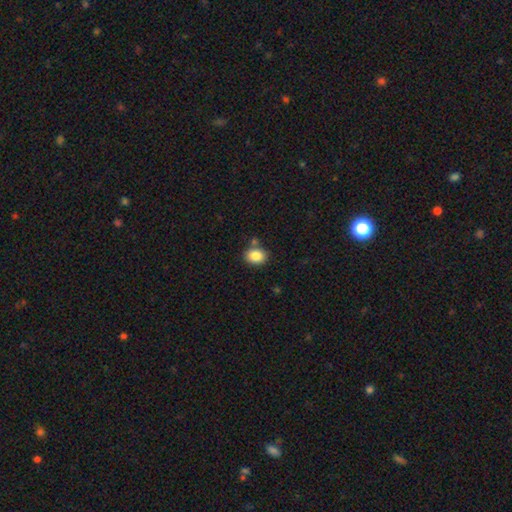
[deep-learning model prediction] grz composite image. It shows a smooth galaxy with no disk features (85%) that is in between round and cigar-shaped (55%). Merging: none (76%).